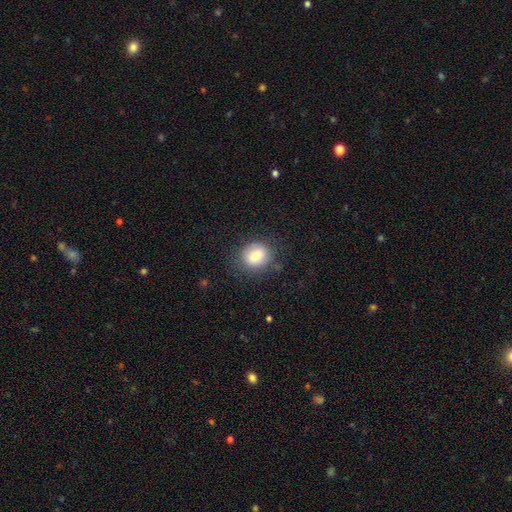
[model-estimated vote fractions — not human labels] smooth 78%, featured or disk 12%, star or artifact 10%. Down the decision tree: how rounded — round (71%); merging — none (80%).